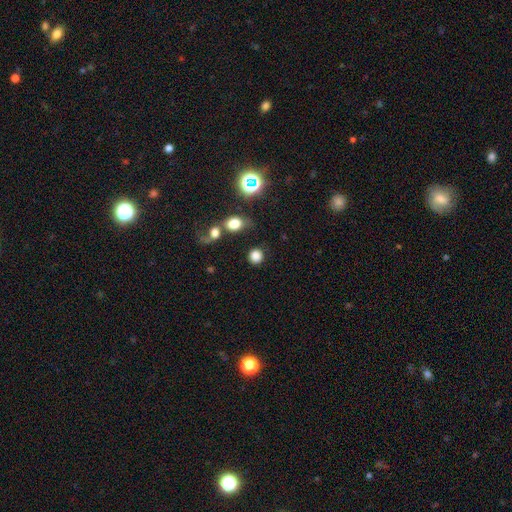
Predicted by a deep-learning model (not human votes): Smooth or featured? smooth (81%)
How rounded? round (87%)
Merging? none (77%)